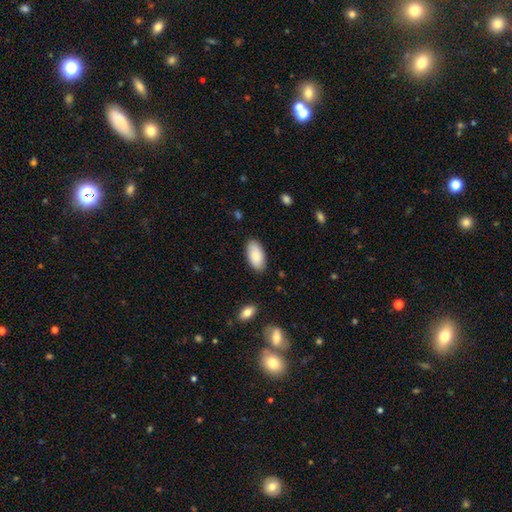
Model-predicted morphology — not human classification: Q: Smooth or featured?
A: smooth (86%); runner-up: featured or disk (8%)
Q: How rounded?
A: in between (95%); runner-up: cigar-shaped (3%)
Q: Merging?
A: none (85%); runner-up: minor disturbance (11%)